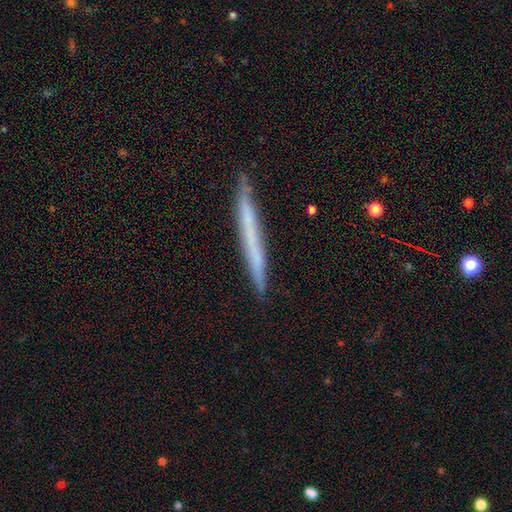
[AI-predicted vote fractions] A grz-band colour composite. It shows a smooth galaxy with no disk features (53%) that is cigar-shaped (95%). Merging: none (84%).